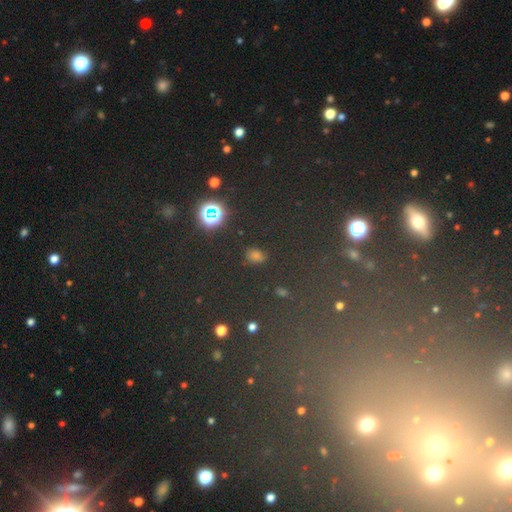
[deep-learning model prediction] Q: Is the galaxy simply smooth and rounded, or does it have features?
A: star or artifact — 50%.